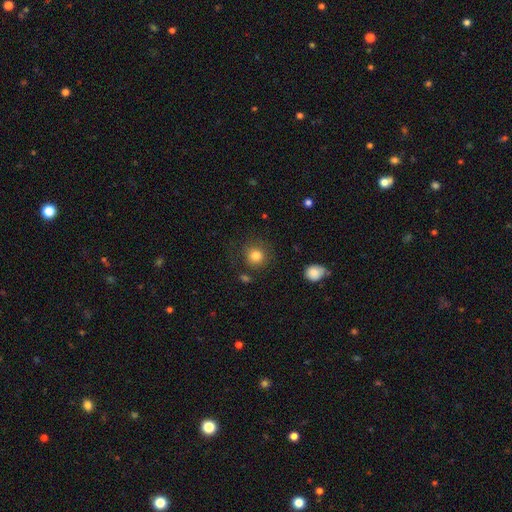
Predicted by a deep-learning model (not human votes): Smooth or featured? Predicted: smooth (p=0.83). How rounded? Predicted: round (p=0.90). Merging? Predicted: none (p=0.81).